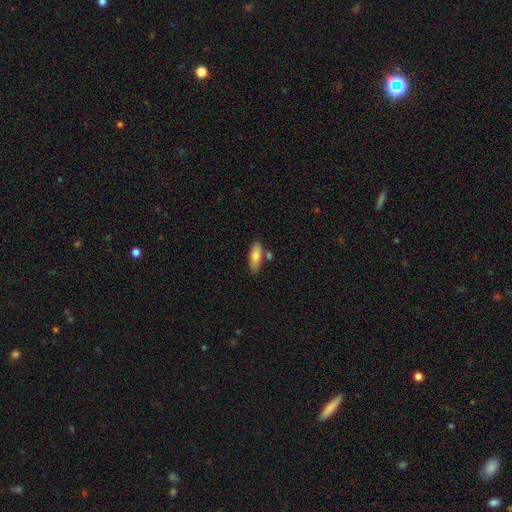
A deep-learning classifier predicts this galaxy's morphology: Smooth or featured?
  - smooth: 82% *
  - featured or disk: 12%
  - star or artifact: 6%
How rounded?
  - in between: 74% *
  - cigar-shaped: 23%
  - round: 2%
Merging?
  - none: 73% *
  - minor disturbance: 14%
  - merger: 11%
  - major disturbance: 3%